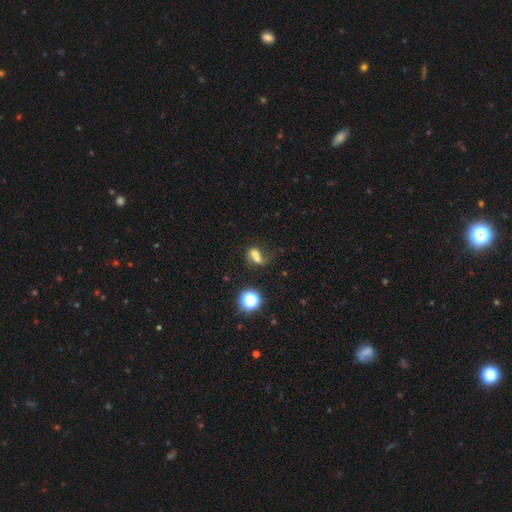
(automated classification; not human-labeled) smooth 55%, featured or disk 26%, star or artifact 19%. Down the decision tree: how rounded — in between (55%); merging — merger (50%).